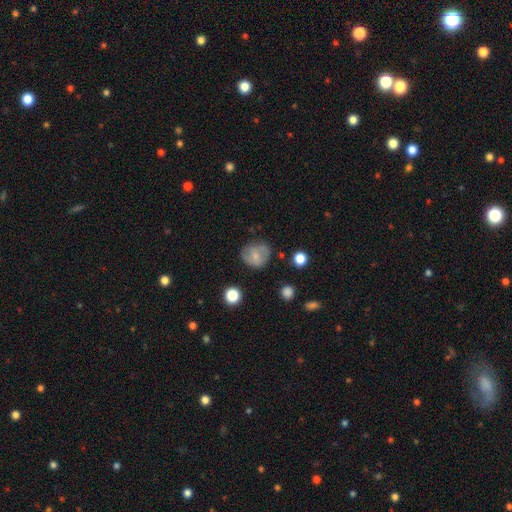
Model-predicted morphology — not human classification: smooth 59%, featured or disk 32%, star or artifact 9%. Down the decision tree: how rounded — round (74%); merging — none (67%).